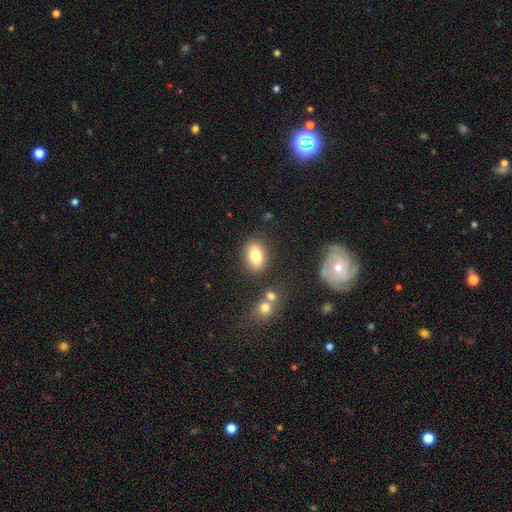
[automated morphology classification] Overall: smooth (81%). How rounded: in between (79%). Merging: none (81%).